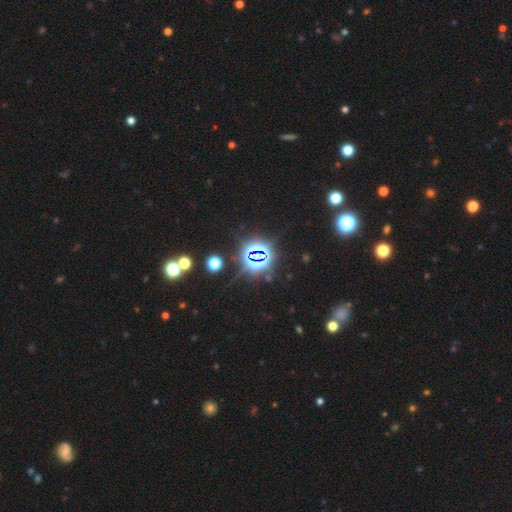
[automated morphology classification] smooth_or_featured: star or artifact (p=0.80) [alt: smooth p=0.12]